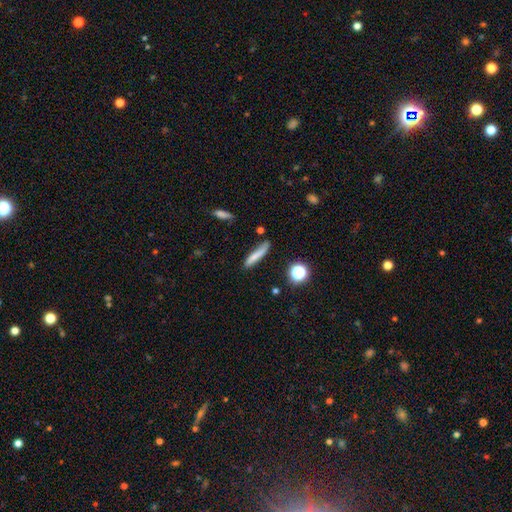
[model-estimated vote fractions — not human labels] Smooth or featured? Predicted: smooth (p=0.71). How rounded? Predicted: cigar-shaped (p=0.87). Merging? Predicted: none (p=0.73).